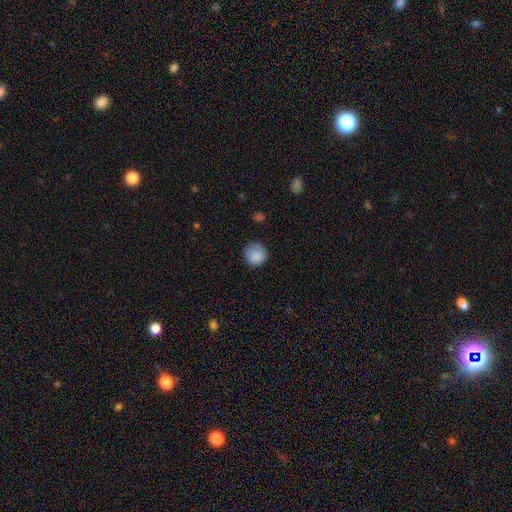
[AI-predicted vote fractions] The model was most divided on "merging": none: 79%, minor disturbance: 16%, major disturbance: 4%, merger: 1%. More confident: how rounded — round (91%); smooth or featured — smooth (87%).